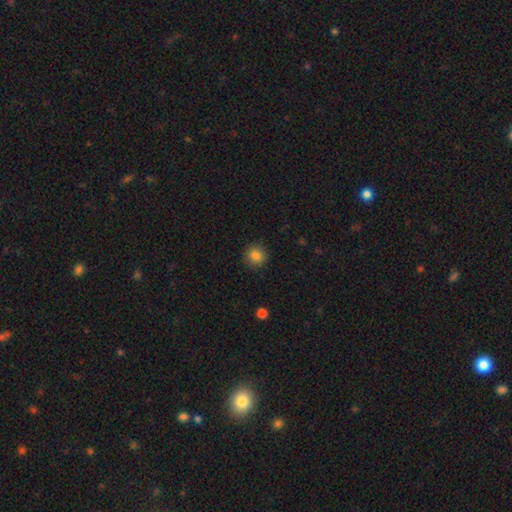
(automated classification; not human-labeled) This is clearly a smooth galaxy (84%). How rounded: clearly round (90%). Merging: clearly none (91%).